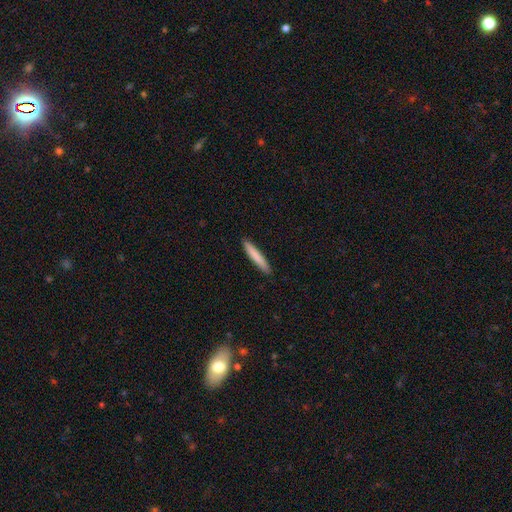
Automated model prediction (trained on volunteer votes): Smooth or featured? Predicted: smooth (p=0.80). How rounded? Predicted: cigar-shaped (p=0.95). Merging? Predicted: none (p=0.91).